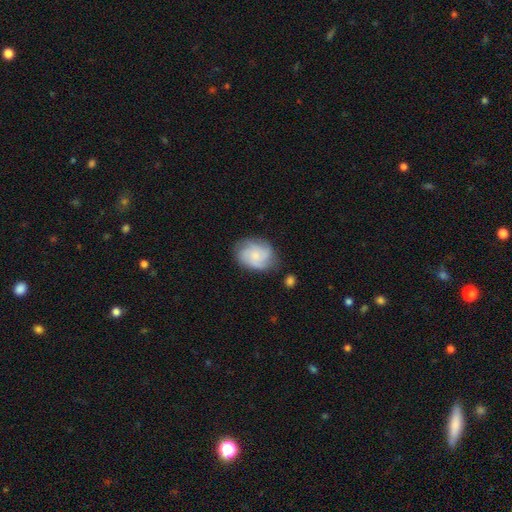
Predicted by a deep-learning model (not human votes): This is likely a featured or disk galaxy (63%). It is clearly not viewed edge-on (98%). Bar: likely no (76%). Spiral arm pattern: clearly yes (94%). Spiral arm count: marginally 3 (36%). Spiral winding: marginally tight (44%). Central bulge: possibly small (57%). Merging: likely none (73%).